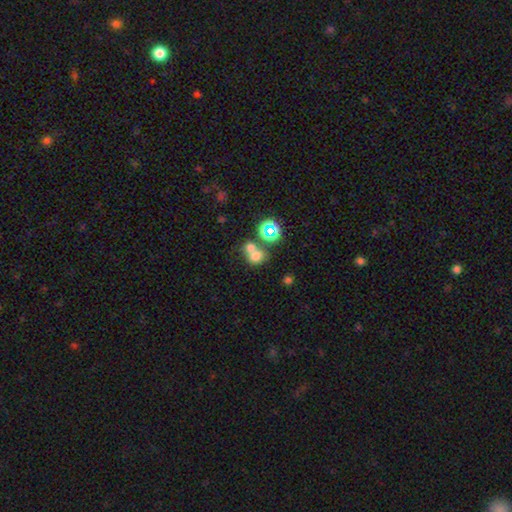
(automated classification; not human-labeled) smooth 67%, star or artifact 20%, featured or disk 14%. Down the decision tree: how rounded — round (70%); merging — merger (50%).